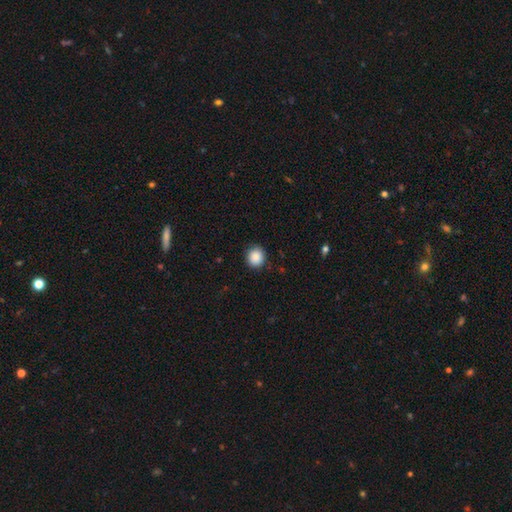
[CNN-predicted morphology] The model was most divided on "how rounded": round: 87%, in between: 12%, cigar-shaped: 1%. More confident: smooth or featured — smooth (88%); merging — none (88%).